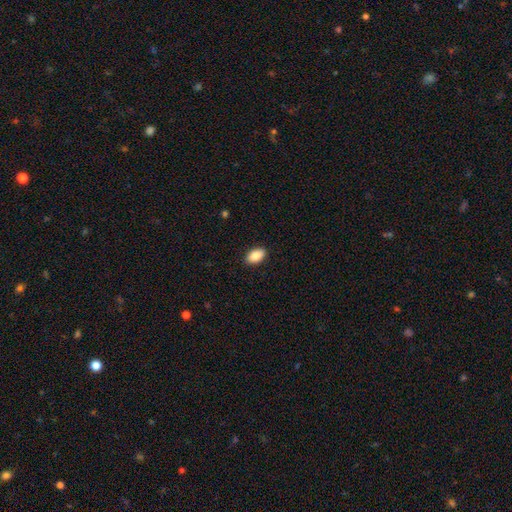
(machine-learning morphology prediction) This appears to be a smooth galaxy with no disk features (89%) that is in between round and cigar-shaped (93%). Merging: none (90%).